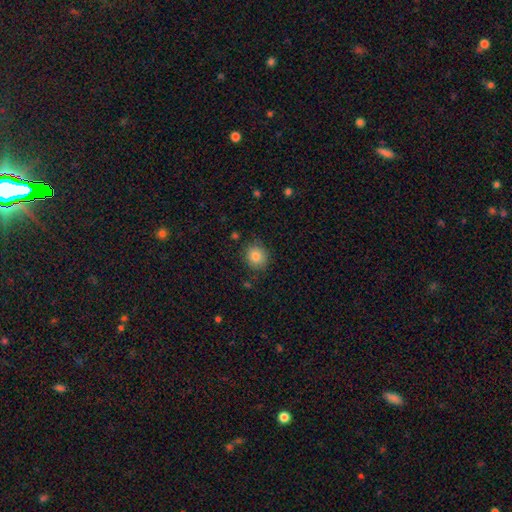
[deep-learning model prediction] smooth 83%, star or artifact 10%, featured or disk 7%. Down the decision tree: how rounded — round (82%); merging — none (84%).